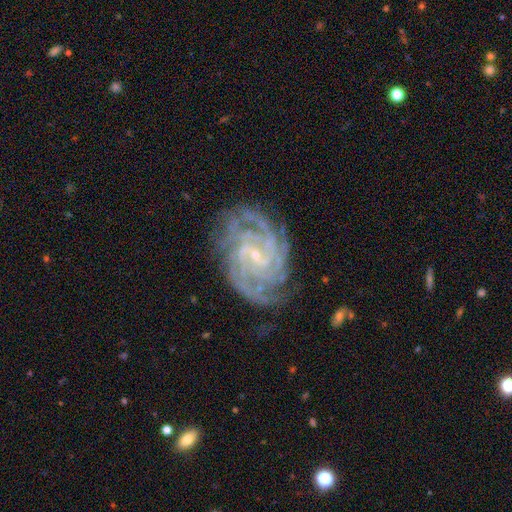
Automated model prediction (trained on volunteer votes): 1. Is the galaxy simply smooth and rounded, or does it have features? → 91% featured or disk, 6% star or artifact, 4% smooth.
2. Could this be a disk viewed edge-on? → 98% no, 2% yes.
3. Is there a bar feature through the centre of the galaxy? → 42% weak, 41% no, 17% strong.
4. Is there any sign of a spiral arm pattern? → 98% yes, 2% no.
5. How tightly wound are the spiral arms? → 72% tight, 24% medium, 3% loose.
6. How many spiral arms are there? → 28% 4, 18% can't tell, 17% 3, 15% 2, 14% more than 4, 8% 1.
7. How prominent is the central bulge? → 85% small, 10% moderate, 3% none, 1% large, 1% dominant.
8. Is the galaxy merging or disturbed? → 76% none, 17% minor disturbance, 6% major disturbance, 1% merger.